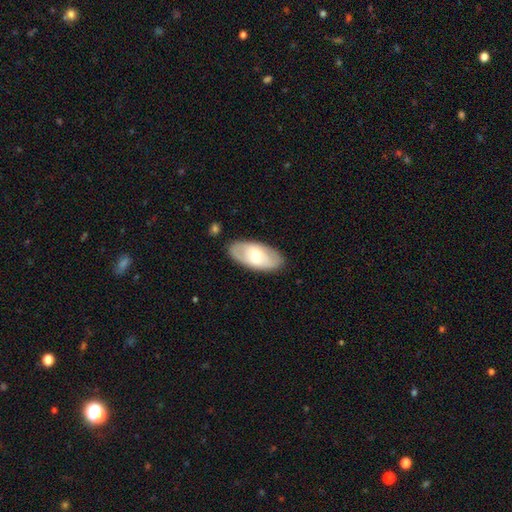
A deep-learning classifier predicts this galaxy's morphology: smooth 51%, featured or disk 43%, star or artifact 6%. Down the decision tree: how rounded — in between (92%); merging — none (86%).